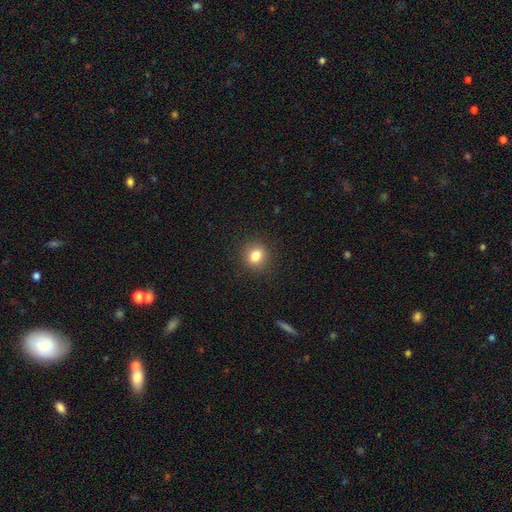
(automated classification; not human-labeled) Smooth or featured? Predicted: smooth (p=0.82). How rounded? Predicted: round (p=0.74). Merging? Predicted: none (p=0.90).